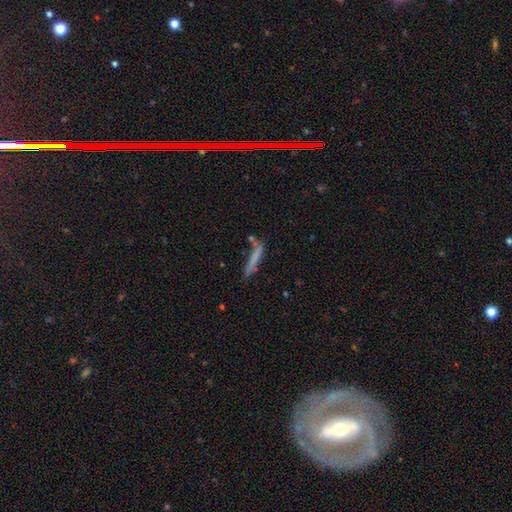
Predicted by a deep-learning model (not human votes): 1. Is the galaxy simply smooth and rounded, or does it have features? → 64% smooth, 27% featured or disk, 9% star or artifact.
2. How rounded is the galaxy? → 93% cigar-shaped, 5% in between, 2% round.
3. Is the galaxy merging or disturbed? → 63% none, 20% minor disturbance, 9% merger, 8% major disturbance.